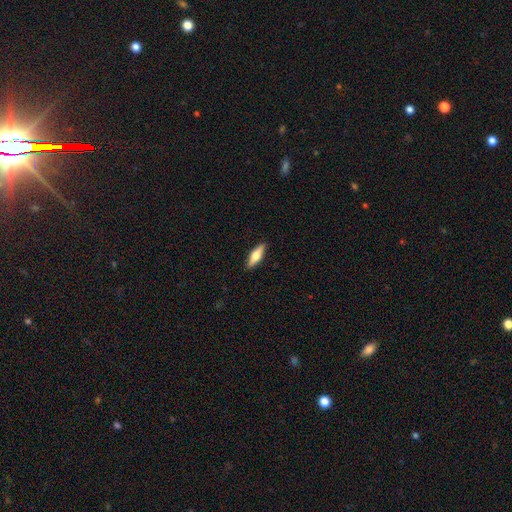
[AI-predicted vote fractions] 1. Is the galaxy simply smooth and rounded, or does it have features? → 56% smooth, 38% featured or disk, 6% star or artifact.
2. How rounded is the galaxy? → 50% cigar-shaped, 48% in between, 2% round.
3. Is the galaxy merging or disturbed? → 89% none, 8% minor disturbance, 2% major disturbance, 1% merger.